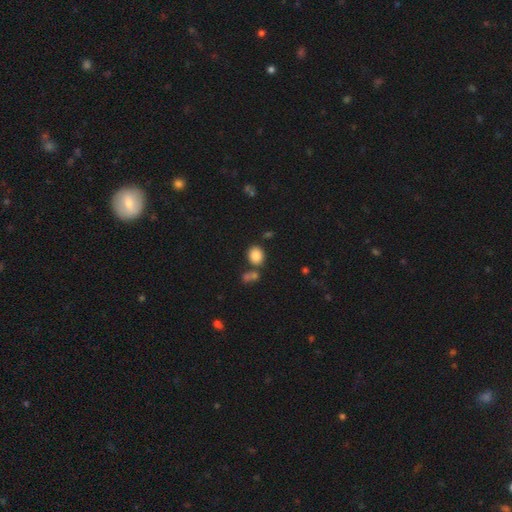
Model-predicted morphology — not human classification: This appears to be a smooth galaxy with no disk features (84%) that is round (55%). Merging: none (71%).